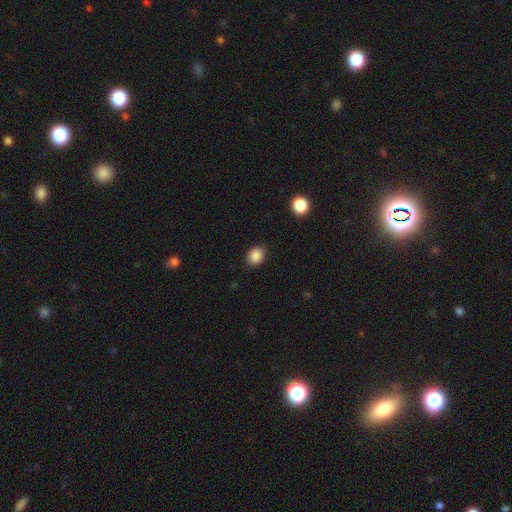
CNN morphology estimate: This is clearly a smooth galaxy (87%). How rounded: possibly in between (50%, tied with round). Merging: clearly none (86%).